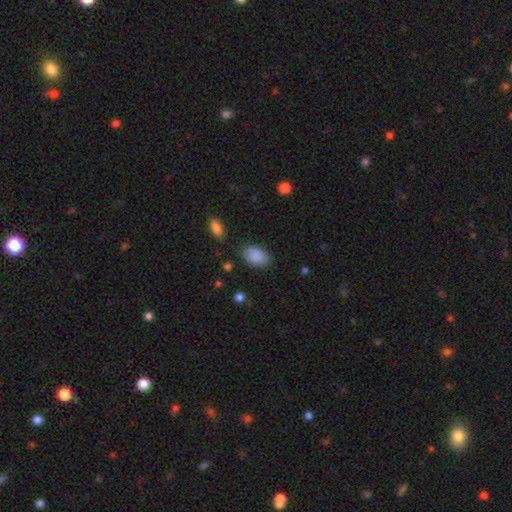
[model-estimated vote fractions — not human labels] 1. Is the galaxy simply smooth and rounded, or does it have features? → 88% smooth, 8% star or artifact, 4% featured or disk.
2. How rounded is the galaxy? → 90% in between, 9% round, 1% cigar-shaped.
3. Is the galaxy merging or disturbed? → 78% none, 16% minor disturbance, 4% major disturbance, 2% merger.